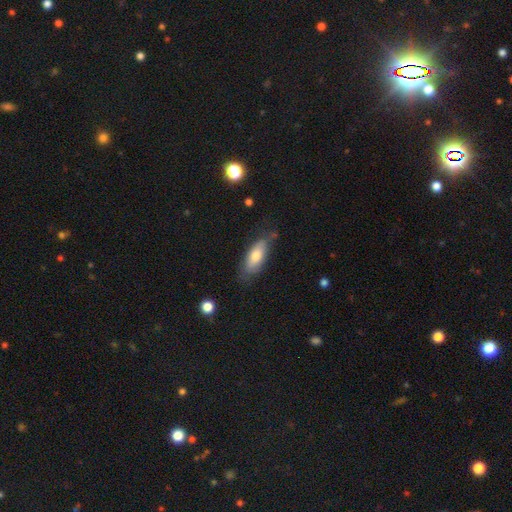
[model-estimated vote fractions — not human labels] A smooth galaxy with no disk features (71%) that is in between round and cigar-shaped (74%). Merging: none (68%).